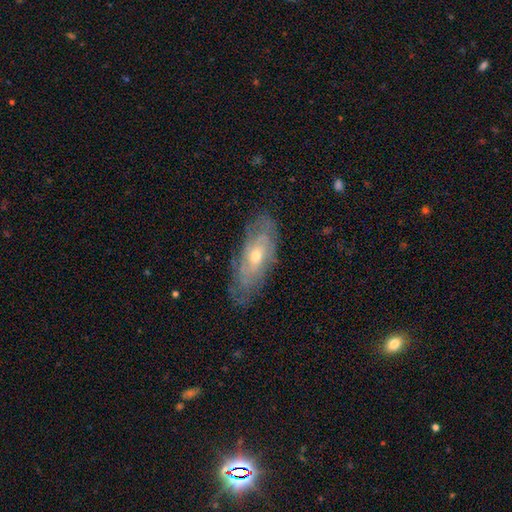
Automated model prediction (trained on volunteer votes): This appears to be a featured or disk galaxy (68%) with no bar (71%), spiral arms (74%) and a moderate central bulge (55%). Merging: none (77%).